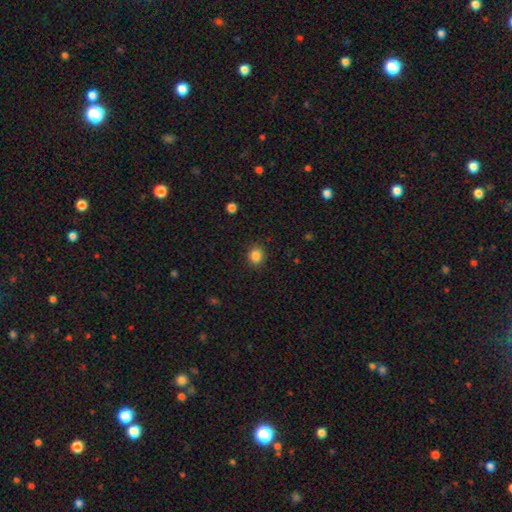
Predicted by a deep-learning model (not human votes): Q: Smooth or featured?
A: smooth (85%); runner-up: star or artifact (11%)
Q: How rounded?
A: round (78%); runner-up: in between (22%)
Q: Merging?
A: none (89%); runner-up: minor disturbance (7%)